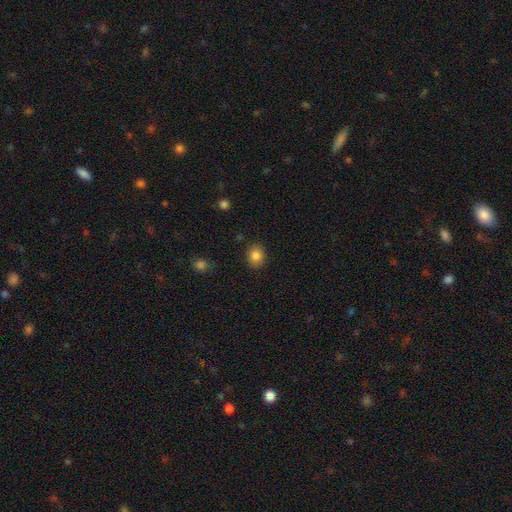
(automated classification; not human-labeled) smooth-or-featured: smooth: 84% | star or artifact: 10% | featured or disk: 6%
  how-rounded: round: 63% | in between: 36% | cigar-shaped: 1%
  merging: none: 89% | minor disturbance: 8% | major disturbance: 2% | merger: 1%